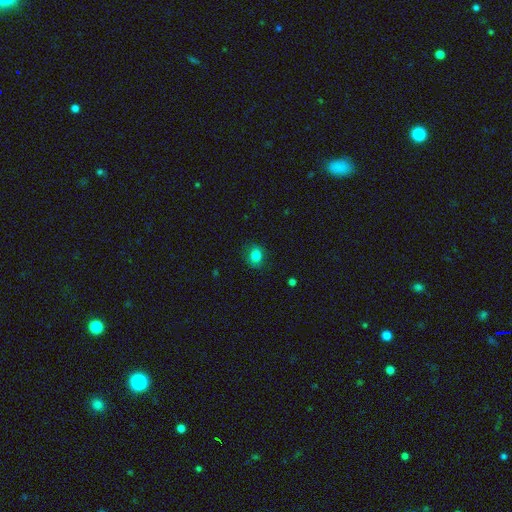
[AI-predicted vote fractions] A smooth galaxy with no disk features (83%) that is round (53%). Merging: none (83%).